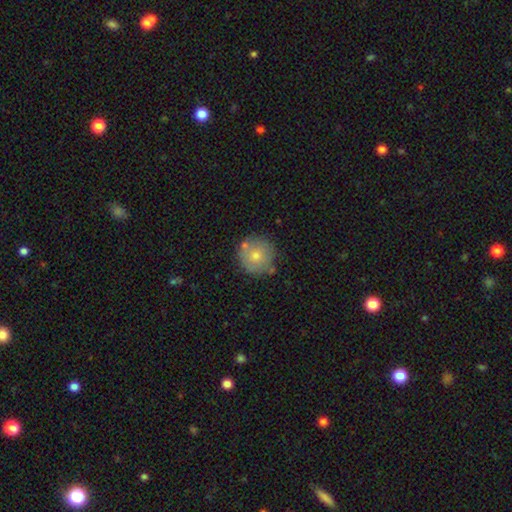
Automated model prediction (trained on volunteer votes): Smooth or featured? smooth (71%)
How rounded? round (95%)
Merging? none (79%)